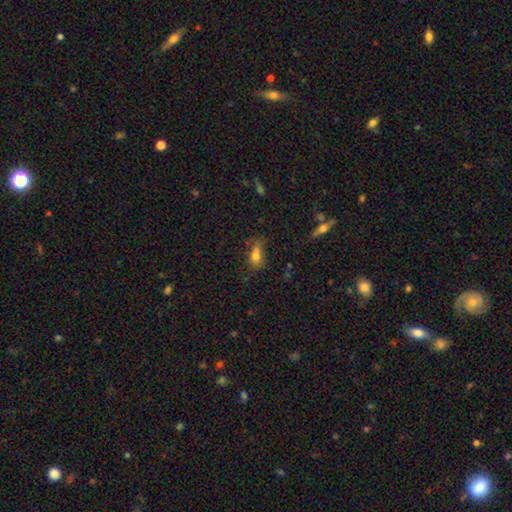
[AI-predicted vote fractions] Q: Smooth or featured?
A: smooth (71%); runner-up: featured or disk (14%)
Q: How rounded?
A: in between (66%); runner-up: round (29%)
Q: Merging?
A: none (36%); runner-up: merger (30%)